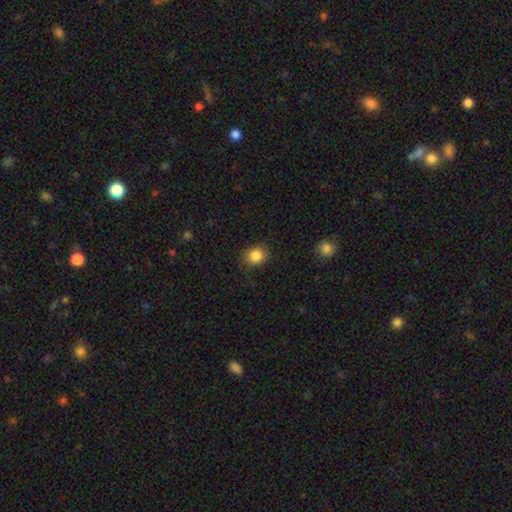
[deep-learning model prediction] A smooth galaxy with no disk features (86%) that is round (68%). Merging: none (82%).